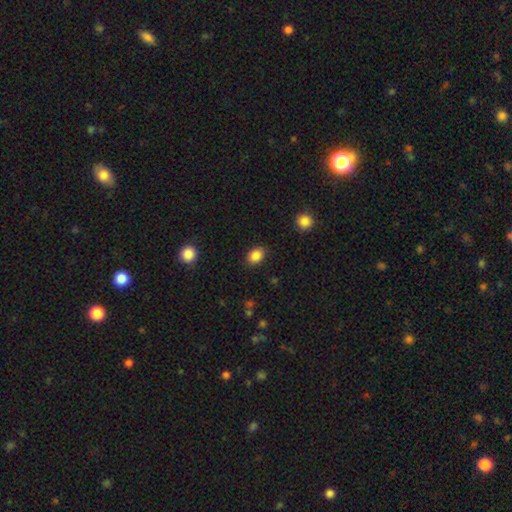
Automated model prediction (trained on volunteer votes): Q: Smooth or featured?
A: smooth (86%); runner-up: star or artifact (9%)
Q: How rounded?
A: in between (68%); runner-up: round (31%)
Q: Merging?
A: none (85%); runner-up: minor disturbance (11%)